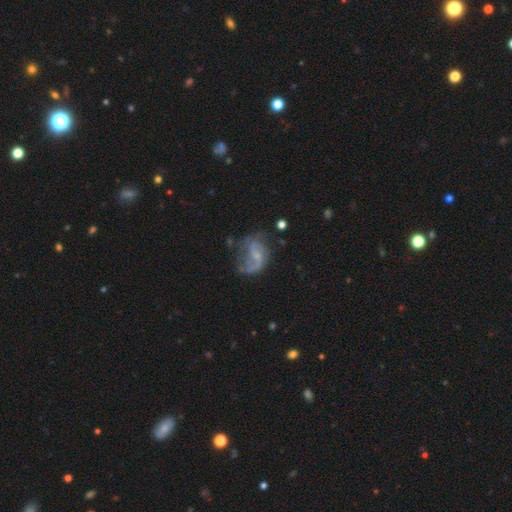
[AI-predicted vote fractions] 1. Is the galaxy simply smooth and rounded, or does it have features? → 73% featured or disk, 18% smooth, 9% star or artifact.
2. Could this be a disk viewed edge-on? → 98% no, 2% yes.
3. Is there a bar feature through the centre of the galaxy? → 46% no, 45% weak, 10% strong.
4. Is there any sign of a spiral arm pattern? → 83% yes, 17% no.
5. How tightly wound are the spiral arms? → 52% loose, 36% medium, 12% tight.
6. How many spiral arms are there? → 58% 2, 21% 1, 14% can't tell, 4% 3, 2% 4, 2% more than 4.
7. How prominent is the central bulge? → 55% small, 25% none, 17% moderate, 2% large, 1% dominant.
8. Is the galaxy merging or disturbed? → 43% none, 29% major disturbance, 23% minor disturbance, 4% merger.